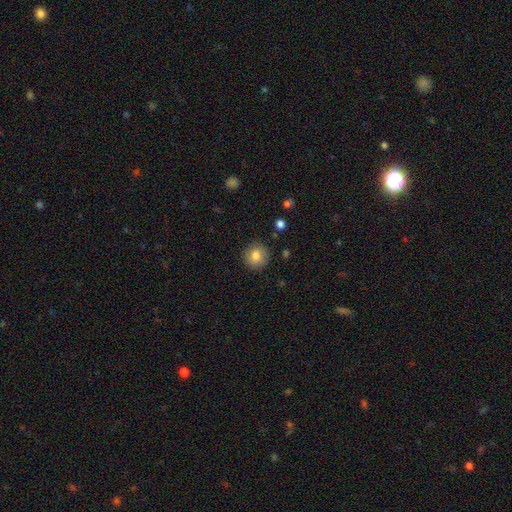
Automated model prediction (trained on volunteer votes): Morphology: type=smooth (81%); roundness=round (93%); merging=none (89%).